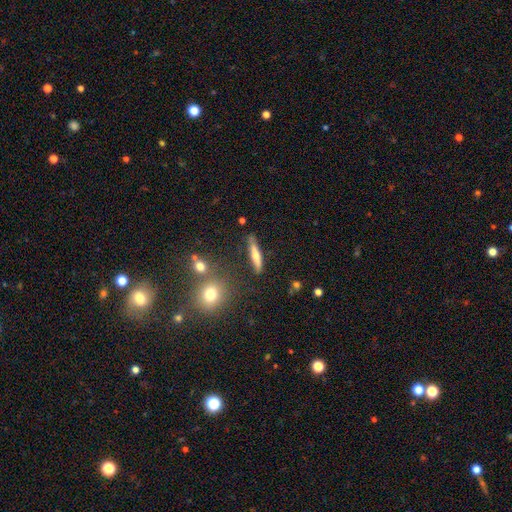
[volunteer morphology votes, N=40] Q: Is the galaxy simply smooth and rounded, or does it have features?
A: smooth — 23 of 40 (57%).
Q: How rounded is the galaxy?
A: cigar-shaped — 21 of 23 (91%).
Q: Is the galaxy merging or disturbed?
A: none — 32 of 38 (84%).